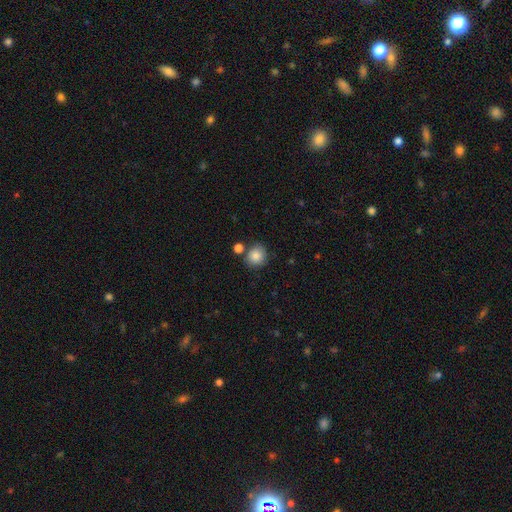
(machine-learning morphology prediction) A smooth galaxy with no disk features (86%) that is round (84%).

Vote fractions:
- Smooth or featured? smooth: 86% / star or artifact: 9% / featured or disk: 5%
- How rounded? round: 84% / in between: 15% / cigar-shaped: 1%
- Merging? none: 76% / minor disturbance: 10% / merger: 10% / major disturbance: 3%